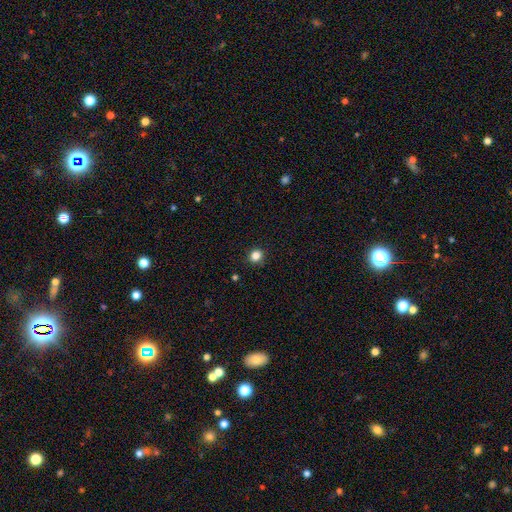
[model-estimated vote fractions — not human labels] Q: Smooth or featured?
A: smooth (84%); runner-up: star or artifact (12%)
Q: How rounded?
A: round (81%); runner-up: in between (18%)
Q: Merging?
A: none (89%); runner-up: minor disturbance (8%)